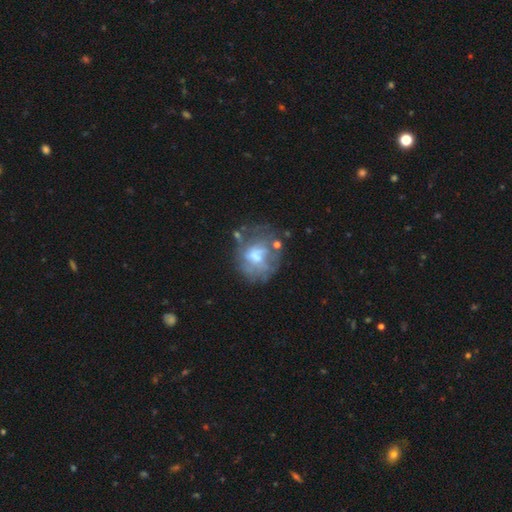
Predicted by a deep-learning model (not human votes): Overall: featured or disk (53%; smooth 36%). Edge-on disk: no (97%). Bar: no (68%). Spiral arms: no (76%). Bulge size: moderate (39%; small 24%). Merging: none (38%; major disturbance 28%).